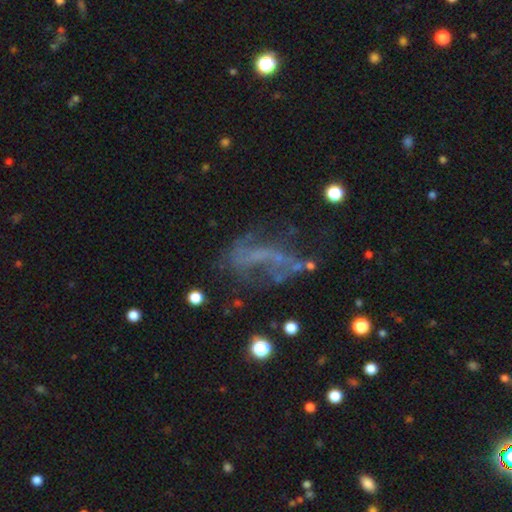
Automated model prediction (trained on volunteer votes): Overall: featured or disk (58%; star or artifact 22%). Edge-on disk: no (93%). Bar: no (63%). Spiral arms: no (59%; yes 41%). Bulge size: none (75%). Merging: none (40%; major disturbance 34%).